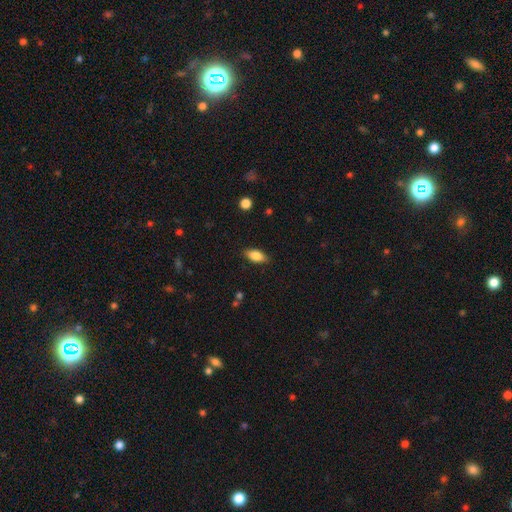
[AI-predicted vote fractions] Q: Smooth or featured?
A: smooth (84%); runner-up: featured or disk (9%)
Q: How rounded?
A: in between (87%); runner-up: cigar-shaped (9%)
Q: Merging?
A: none (86%); runner-up: minor disturbance (11%)